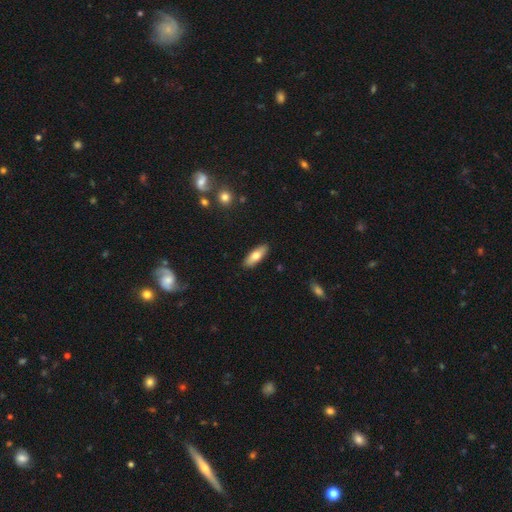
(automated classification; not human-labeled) Smooth or featured: smooth — 71% (featured or disk — 23%)
How rounded: in between — 67% (cigar-shaped — 31%)
Merging: none — 89% (minor disturbance — 8%)